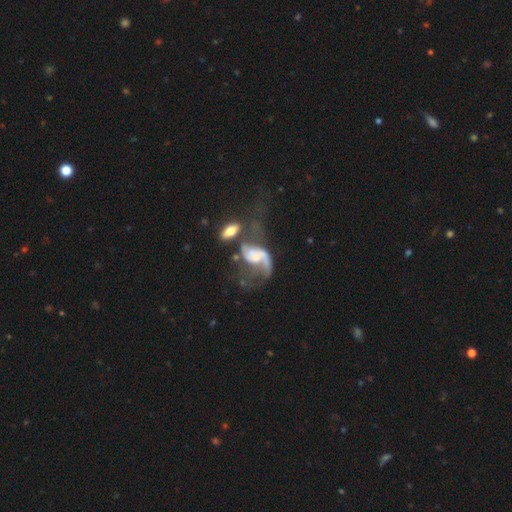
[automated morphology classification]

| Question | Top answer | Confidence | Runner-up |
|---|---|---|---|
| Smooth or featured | featured or disk | 78% | smooth (15%) |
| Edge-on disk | no | 96% | yes (4%) |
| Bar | no | 59% | weak (32%) |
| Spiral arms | yes | 87% | no (13%) |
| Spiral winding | loose | 73% | medium (21%) |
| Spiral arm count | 2 | 64% | 1 (28%) |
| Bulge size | small | 36% | moderate (26%) |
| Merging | major disturbance | 37% | merger (31%) |